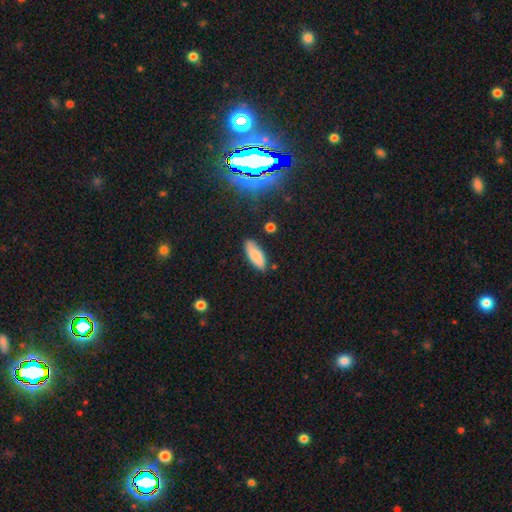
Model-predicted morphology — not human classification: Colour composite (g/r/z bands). It shows a smooth galaxy with no disk features (82%) that is in between round and cigar-shaped (74%). Merging: none (77%).